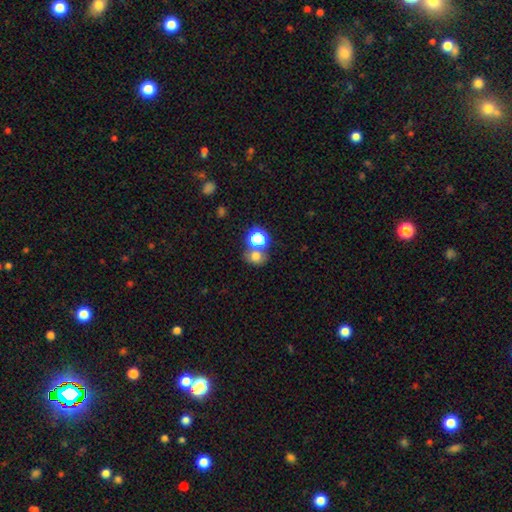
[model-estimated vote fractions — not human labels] A smooth galaxy with no disk features (73%) that is round (69%). Merging: none (54%).